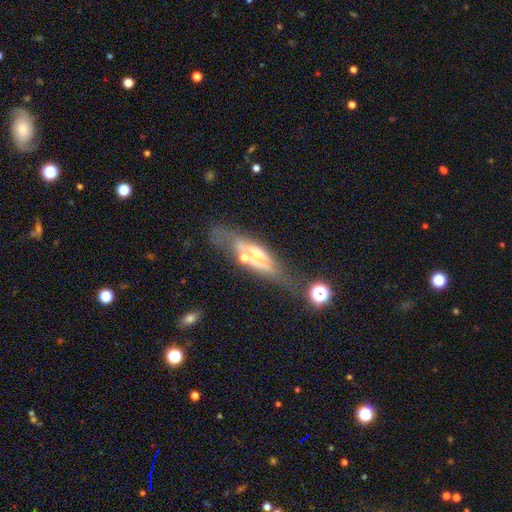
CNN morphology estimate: Smooth or featured?
  - featured or disk: 67% *
  - smooth: 22%
  - star or artifact: 11%
Edge-on disk?
  - yes: 62% *
  - no: 38%
Merging?
  - none: 55% *
  - minor disturbance: 21%
  - major disturbance: 13%
  - merger: 12%